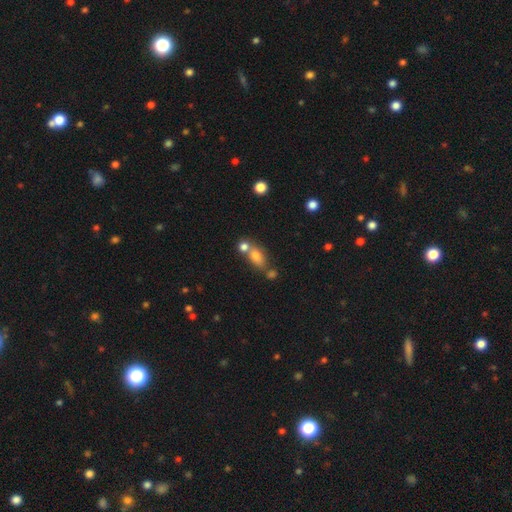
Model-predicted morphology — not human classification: Smooth or featured? Predicted: smooth (p=0.74). How rounded? Predicted: in between (p=0.72). Merging? Predicted: none (p=0.46).